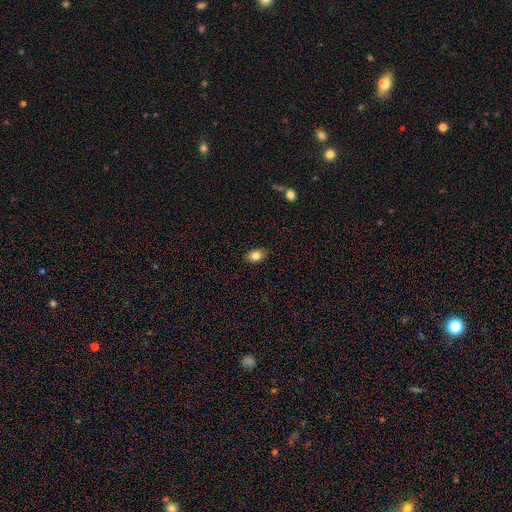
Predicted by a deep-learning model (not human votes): Q: Smooth or featured?
A: smooth (82%); runner-up: star or artifact (9%)
Q: How rounded?
A: in between (85%); runner-up: round (13%)
Q: Merging?
A: none (87%); runner-up: minor disturbance (10%)